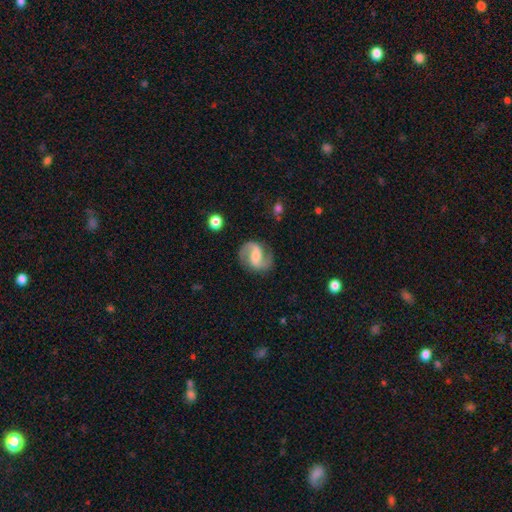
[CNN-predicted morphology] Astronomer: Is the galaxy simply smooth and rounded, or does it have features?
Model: featured or disk — 87%.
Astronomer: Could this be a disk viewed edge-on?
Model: no — 98%.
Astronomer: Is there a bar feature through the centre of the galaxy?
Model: weak — 41%, tied with strong at 41%.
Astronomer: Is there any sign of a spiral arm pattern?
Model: yes — 97%.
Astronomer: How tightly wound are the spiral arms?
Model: medium — 54% (runner-up: loose, 29%).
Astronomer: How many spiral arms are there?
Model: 2 — 93%.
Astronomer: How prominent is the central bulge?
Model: moderate — 40% (runner-up: small, 34%).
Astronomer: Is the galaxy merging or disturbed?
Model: none — 83%.